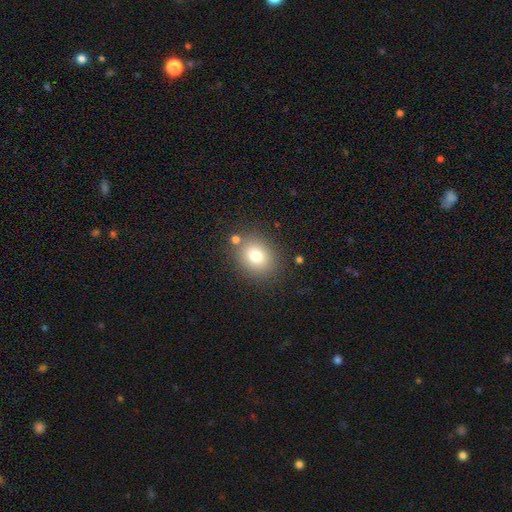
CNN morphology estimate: Overall: smooth (78%). How rounded: round (56%; in between 43%). Merging: none (79%).